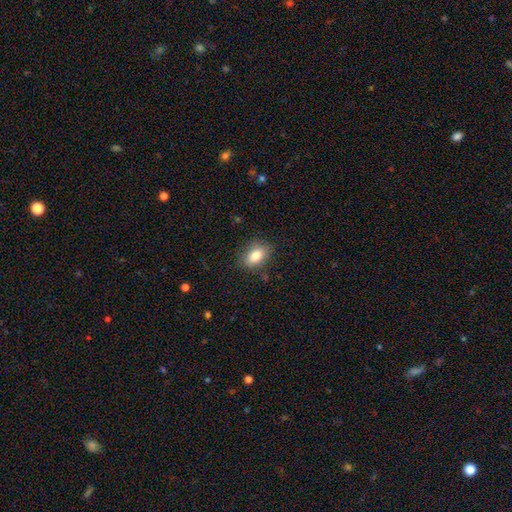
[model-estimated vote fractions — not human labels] This appears to be a smooth galaxy with no disk features (82%) that is in between round and cigar-shaped (86%). Merging: none (81%).